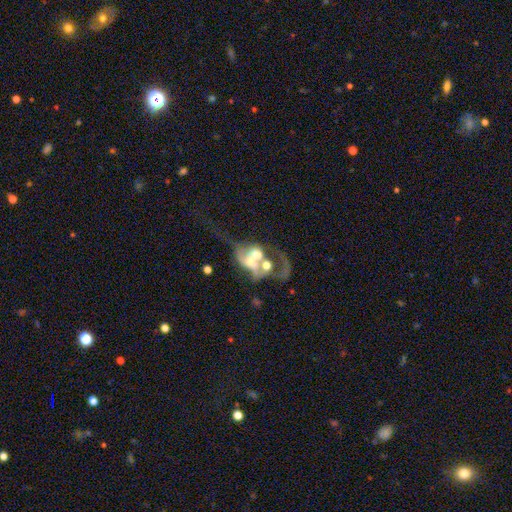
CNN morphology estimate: smooth_or_featured: featured or disk (p=0.59) [alt: smooth p=0.29]
disk_edge_on: no (p=0.96) [alt: yes p=0.04]
bar: no (p=0.78) [alt: weak p=0.15]
has_spiral_arms: no (p=0.64) [alt: yes p=0.36]
bulge_size: moderate (p=0.38) [alt: none p=0.19]
merging: merger (p=0.61) [alt: major disturbance p=0.24]